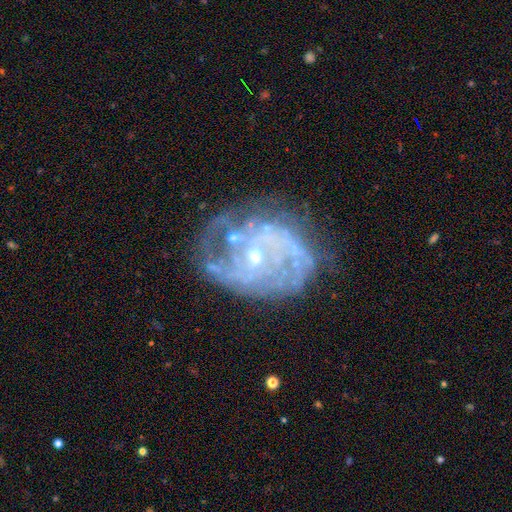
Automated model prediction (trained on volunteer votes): smooth_or_featured: featured or disk (p=0.83) [alt: star or artifact p=0.09]
disk_edge_on: no (p=0.97) [alt: yes p=0.03]
bar: no (p=0.66) [alt: weak p=0.28]
has_spiral_arms: yes (p=0.86) [alt: no p=0.14]
spiral_winding: tight (p=0.51) [alt: medium p=0.34]
spiral_arm_count: can't tell (p=0.38) [alt: 2 p=0.25]
bulge_size: small (p=0.65) [alt: moderate p=0.30]
merging: none (p=0.61) [alt: minor disturbance p=0.21]